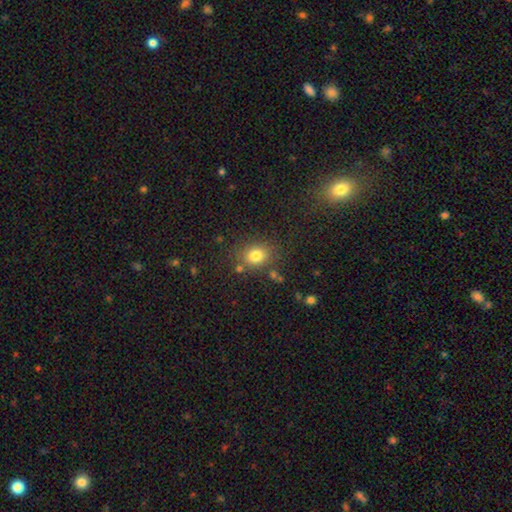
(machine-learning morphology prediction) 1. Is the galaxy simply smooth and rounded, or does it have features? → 79% smooth, 13% star or artifact, 7% featured or disk.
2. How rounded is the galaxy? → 57% round, 42% in between, 1% cigar-shaped.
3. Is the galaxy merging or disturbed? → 79% none, 12% minor disturbance, 5% merger, 4% major disturbance.